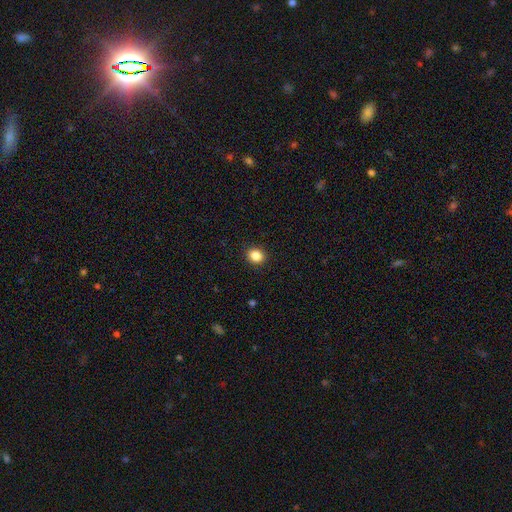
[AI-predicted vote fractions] smooth 86%, star or artifact 10%, featured or disk 4%. Down the decision tree: how rounded — round (62%); merging — none (91%).